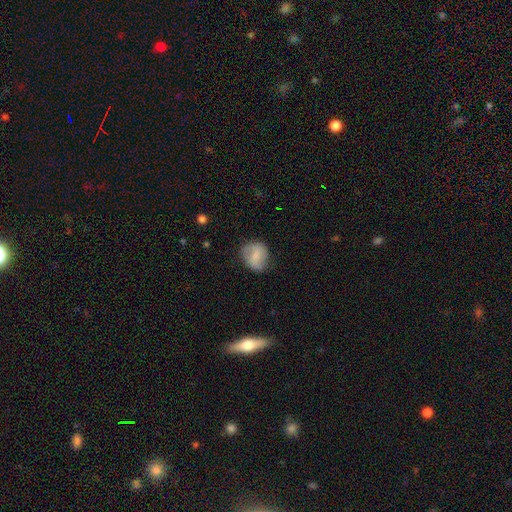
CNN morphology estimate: type=smooth (59%); roundness=round (67%); merging=none (68%).